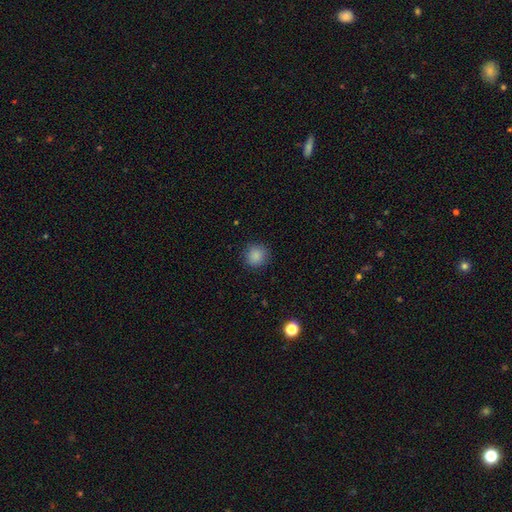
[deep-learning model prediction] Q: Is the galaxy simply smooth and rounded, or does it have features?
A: smooth — 86%.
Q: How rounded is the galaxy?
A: round — 91%.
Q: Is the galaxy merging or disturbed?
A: none — 88%.